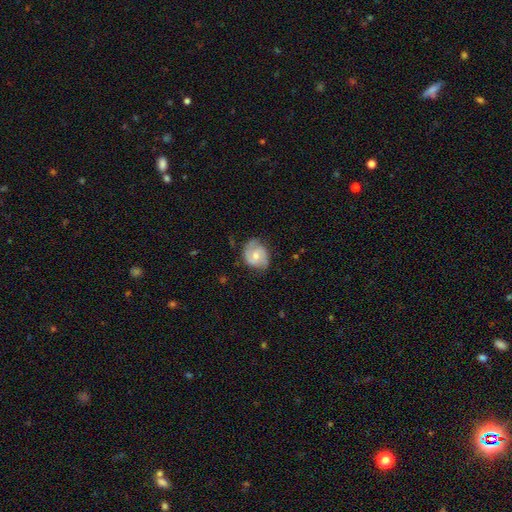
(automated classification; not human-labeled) This is possibly a featured or disk galaxy (57%). It is clearly not viewed edge-on (97%). Bar: possibly no (52%). Spiral arm pattern: clearly yes (85%). Central bulge: possibly moderate (53%). Merging: likely none (65%).